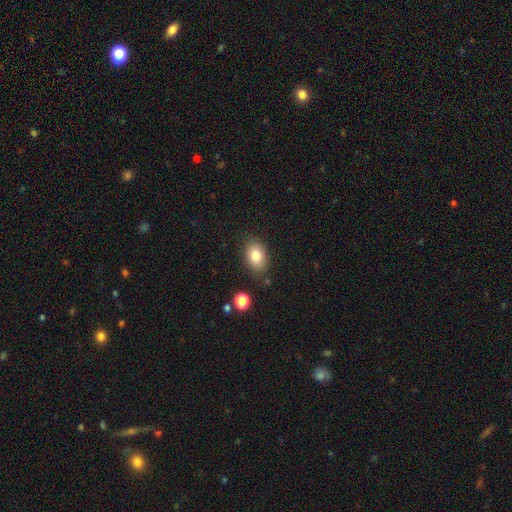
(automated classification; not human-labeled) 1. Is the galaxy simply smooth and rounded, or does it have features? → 82% smooth, 9% featured or disk, 9% star or artifact.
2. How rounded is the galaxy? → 80% in between, 19% round, 1% cigar-shaped.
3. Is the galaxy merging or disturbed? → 82% none, 12% minor disturbance, 3% major disturbance, 3% merger.